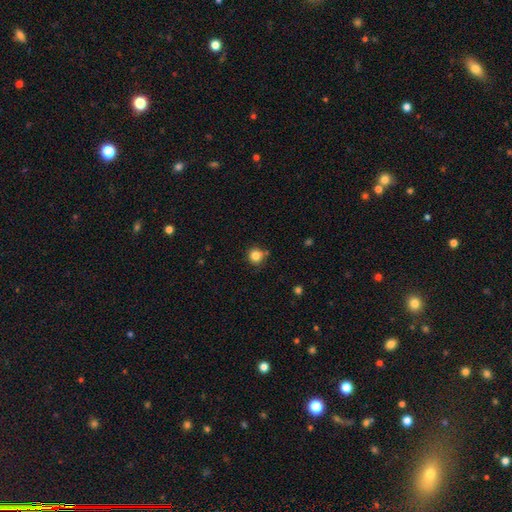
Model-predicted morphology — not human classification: smooth 83%, star or artifact 11%, featured or disk 5%. Down the decision tree: how rounded — round (92%); merging — none (78%).